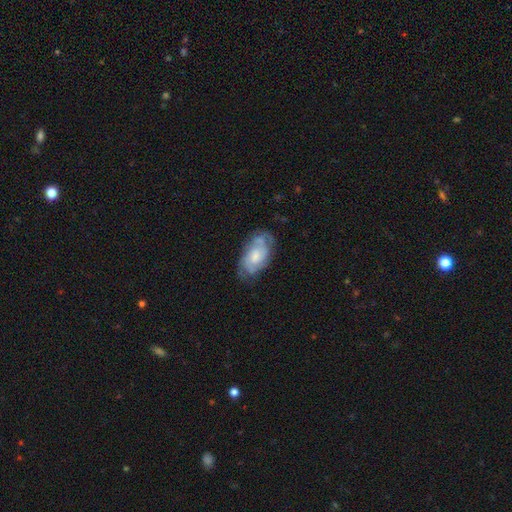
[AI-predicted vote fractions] Overall: featured or disk (70%). Edge-on disk: no (96%). Bar: no (63%; weak 32%). Spiral arms: yes (89%). Spiral arm count: 2 (45%; can't tell 33%). Spiral winding: tight (52%; medium 38%). Bulge size: moderate (42%; small 36%). Merging: none (65%).